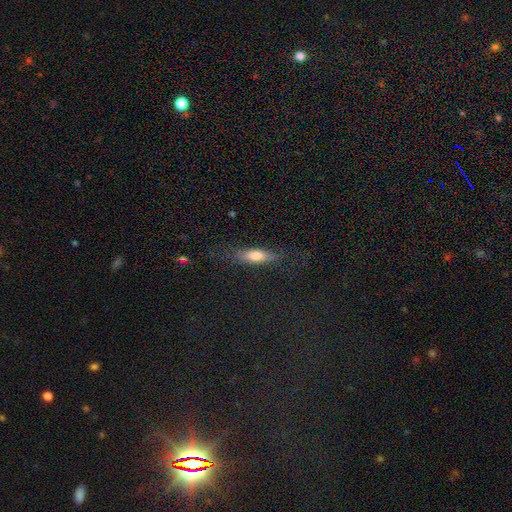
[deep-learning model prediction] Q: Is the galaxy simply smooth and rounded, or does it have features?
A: smooth — 70%.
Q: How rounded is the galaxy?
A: cigar-shaped — 52%.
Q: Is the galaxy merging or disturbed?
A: none — 77%.